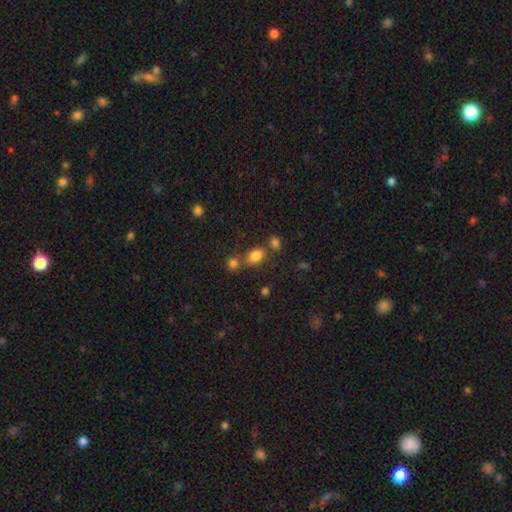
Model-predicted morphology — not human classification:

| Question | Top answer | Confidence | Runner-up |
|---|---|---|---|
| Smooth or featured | smooth | 80% | star or artifact (13%) |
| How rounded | in between | 63% | round (36%) |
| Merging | none | 59% | merger (25%) |